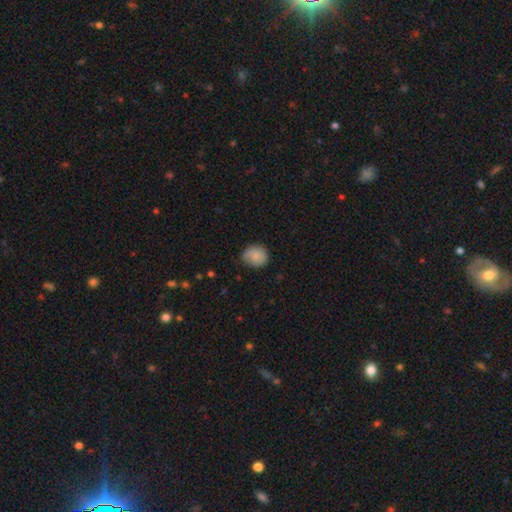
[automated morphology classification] smooth_or_featured: smooth (p=0.83) [alt: featured or disk p=0.09]
how_rounded: round (p=0.78) [alt: in between p=0.21]
merging: none (p=0.70) [alt: minor disturbance p=0.25]